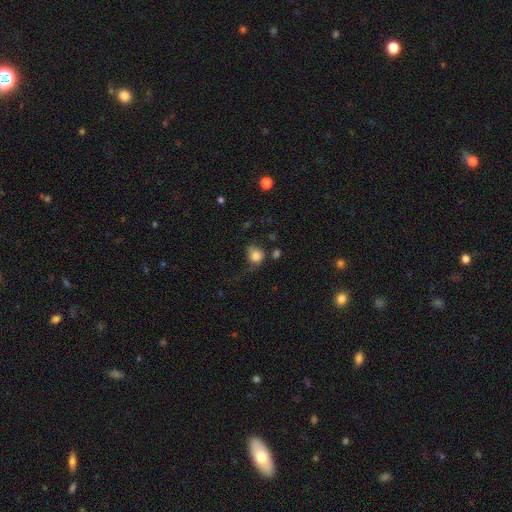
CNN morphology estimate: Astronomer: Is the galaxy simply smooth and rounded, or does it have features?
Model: smooth — 82%.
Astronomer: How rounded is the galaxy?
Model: round — 70%.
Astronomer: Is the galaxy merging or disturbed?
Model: none — 45% (runner-up: minor disturbance, 29%).